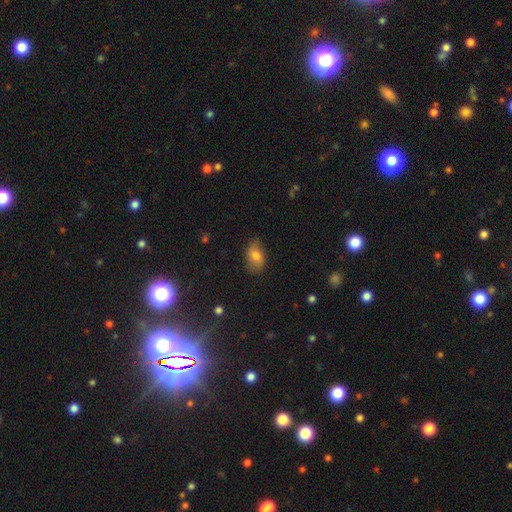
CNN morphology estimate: The model was most divided on "smooth or featured": smooth: 73%, featured or disk: 18%, star or artifact: 9%. More confident: how rounded — in between (89%); merging — none (77%).